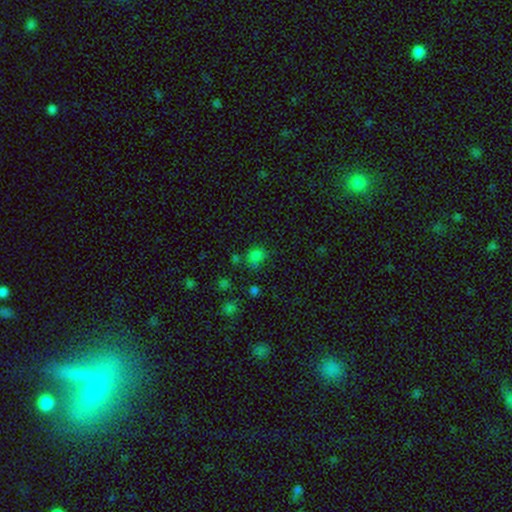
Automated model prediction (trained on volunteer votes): Overall: smooth (74%). How rounded: round (70%). Merging: none (64%).